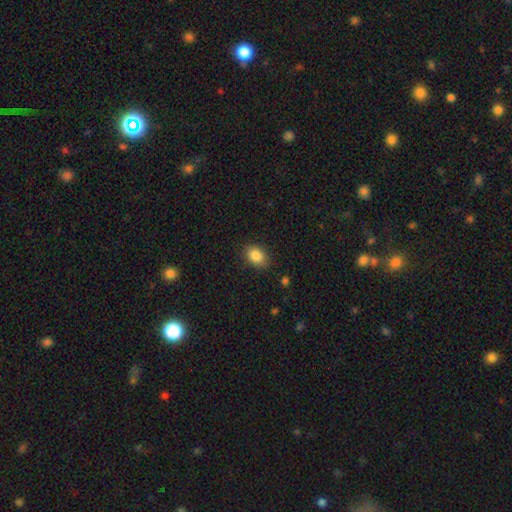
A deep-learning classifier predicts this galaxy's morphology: Smooth or featured? Predicted: smooth (p=0.85). How rounded? Predicted: in between (p=0.72). Merging? Predicted: none (p=0.85).